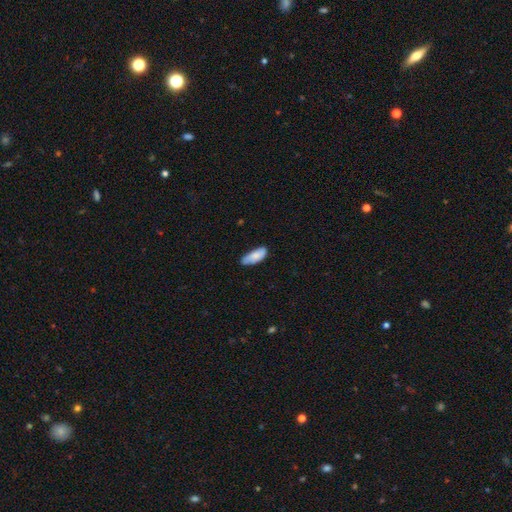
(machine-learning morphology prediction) Q: Smooth or featured?
A: smooth (81%); runner-up: featured or disk (13%)
Q: How rounded?
A: in between (81%); runner-up: cigar-shaped (17%)
Q: Merging?
A: none (70%); runner-up: minor disturbance (25%)